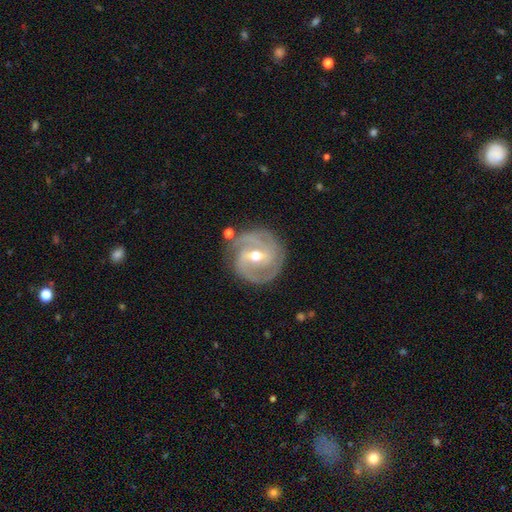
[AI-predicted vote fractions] A featured or disk galaxy (89%) with a weak bar (47%), 2 (48%) tight (55%) spiral arms (97%) and a moderate central bulge (63%). Merging: none (80%).